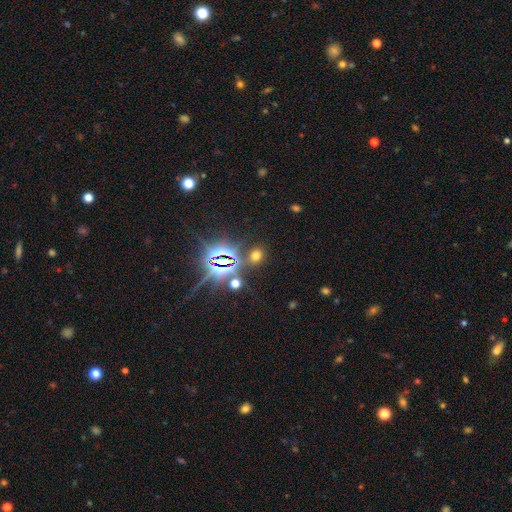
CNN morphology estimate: This appears to be a smooth galaxy with no disk features (49%). Merging: none (81%).